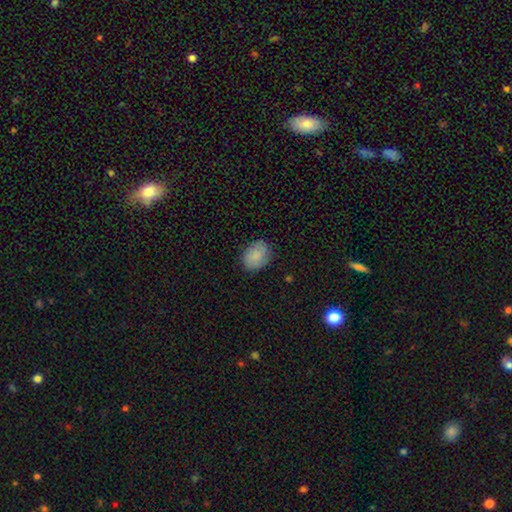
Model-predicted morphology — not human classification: Q: Smooth or featured?
A: smooth (86%); runner-up: featured or disk (7%)
Q: How rounded?
A: in between (67%); runner-up: round (32%)
Q: Merging?
A: none (83%); runner-up: minor disturbance (13%)